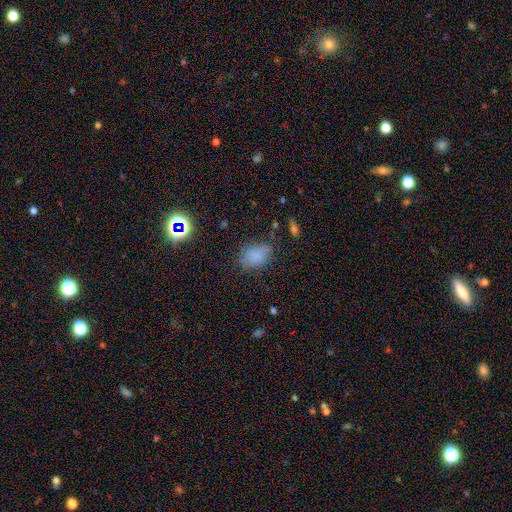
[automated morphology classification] Smooth or featured? Predicted: smooth (p=0.75). How rounded? Predicted: in between (p=0.68). Merging? Predicted: none (p=0.65).